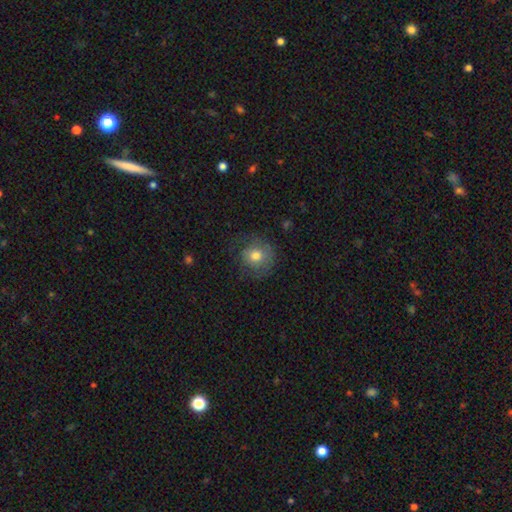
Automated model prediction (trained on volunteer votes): Smooth or featured?
  - smooth: 67% *
  - featured or disk: 24%
  - star or artifact: 9%
How rounded?
  - round: 87% *
  - in between: 12%
  - cigar-shaped: 1%
Merging?
  - none: 64% *
  - minor disturbance: 19%
  - major disturbance: 15%
  - merger: 1%